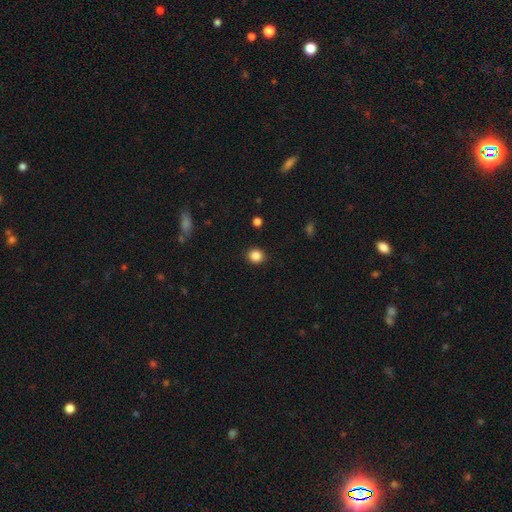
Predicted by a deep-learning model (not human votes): The model was most divided on "how rounded": round: 87%, in between: 12%, cigar-shaped: 1%. More confident: merging — none (91%); smooth or featured — smooth (86%).